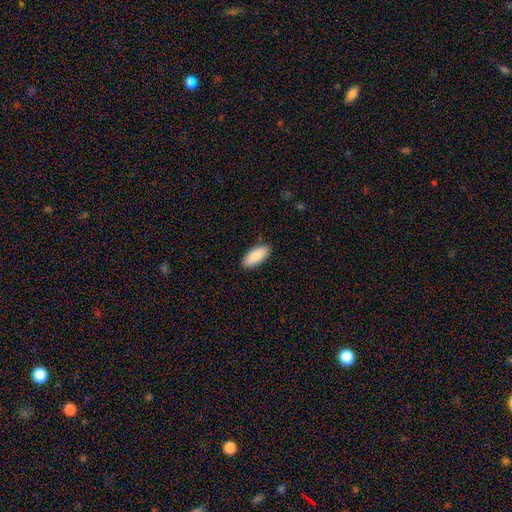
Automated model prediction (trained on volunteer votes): A smooth galaxy with no disk features (87%) that is in between round and cigar-shaped (87%).

Vote fractions:
- Smooth or featured? smooth: 87% / featured or disk: 7% / star or artifact: 6%
- How rounded? in between: 87% / cigar-shaped: 12% / round: 2%
- Merging? none: 88% / minor disturbance: 9% / major disturbance: 2% / merger: 1%